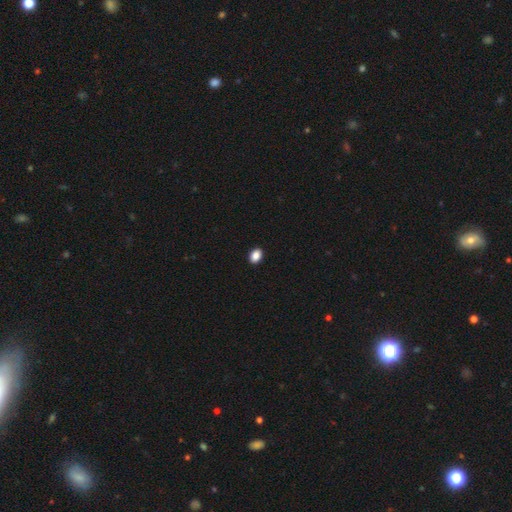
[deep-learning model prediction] This appears to be a smooth galaxy with no disk features (88%) that is in between round and cigar-shaped (72%). Merging: none (92%).